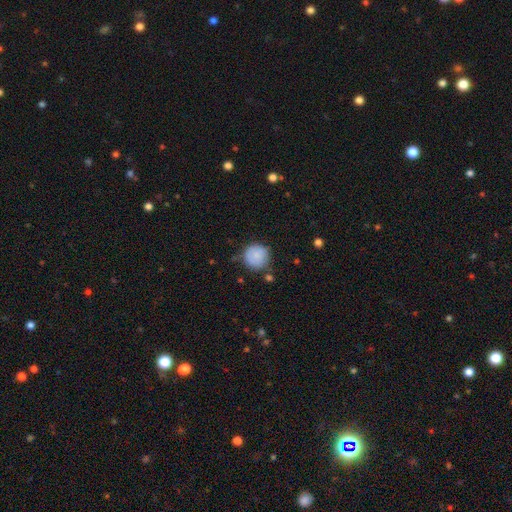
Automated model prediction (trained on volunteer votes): A smooth galaxy with no disk features (84%) that is round (92%). Merging: none (71%).